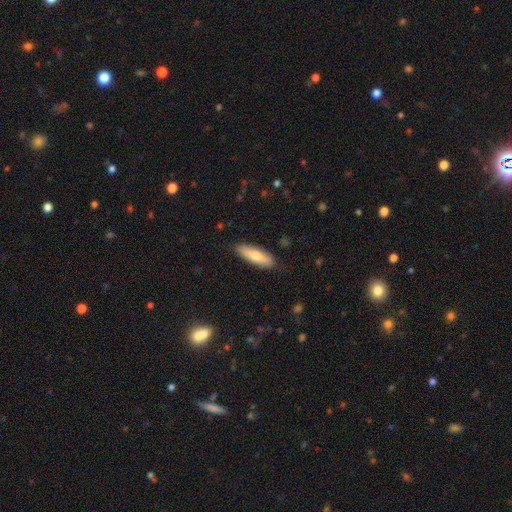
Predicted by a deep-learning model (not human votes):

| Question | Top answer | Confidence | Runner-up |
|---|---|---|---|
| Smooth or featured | smooth | 69% | featured or disk (25%) |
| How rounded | cigar-shaped | 55% | in between (43%) |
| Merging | none | 85% | minor disturbance (11%) |